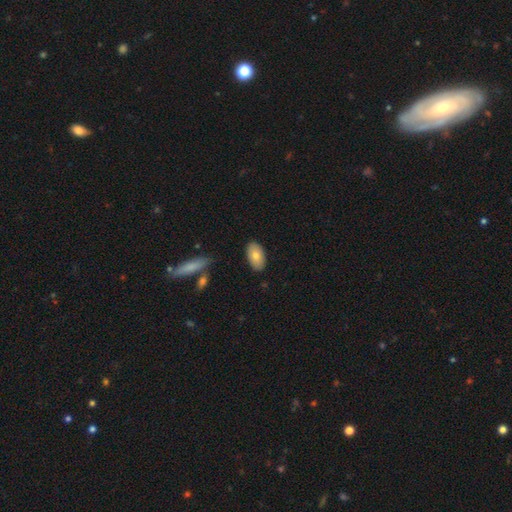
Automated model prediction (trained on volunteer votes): smooth-or-featured: smooth: 78% | featured or disk: 16% | star or artifact: 6%
  how-rounded: in between: 94% | round: 4% | cigar-shaped: 2%
  merging: none: 85% | minor disturbance: 11% | major disturbance: 2% | merger: 2%